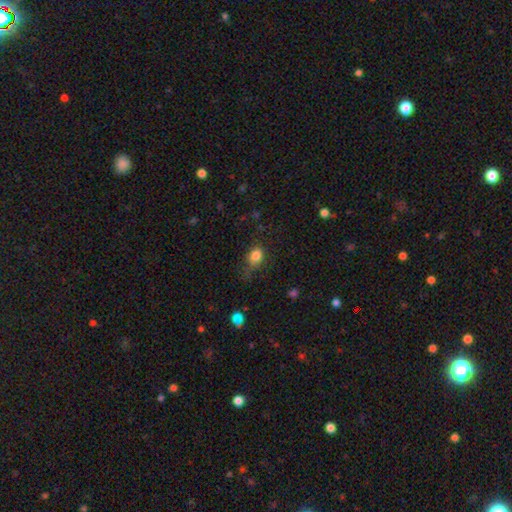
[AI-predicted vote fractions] Smooth or featured: smooth — 83% (star or artifact — 11%)
How rounded: in between — 54% (round — 45%)
Merging: none — 61% (minor disturbance — 26%)